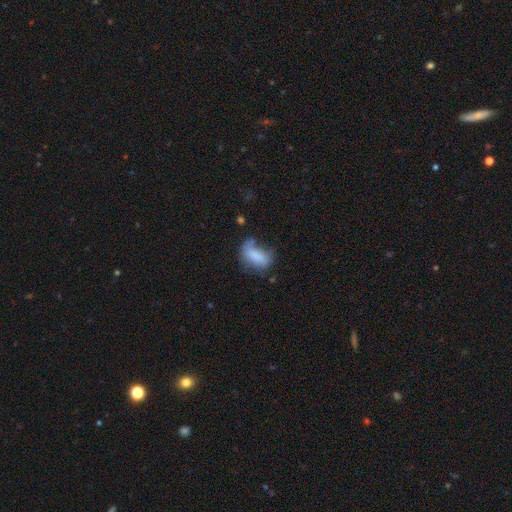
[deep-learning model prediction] Overall: smooth (72%). How rounded: in between (87%). Merging: none (32%; minor disturbance 30%).